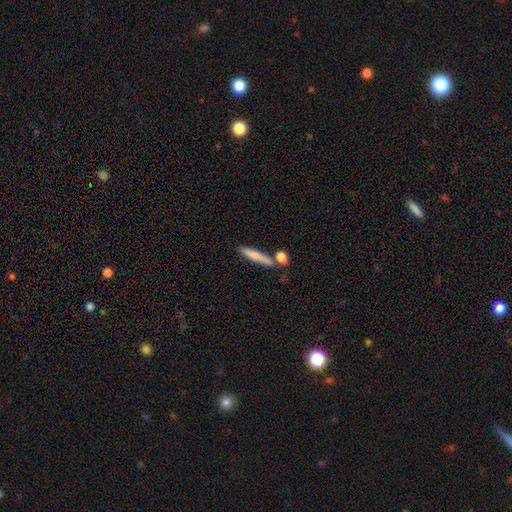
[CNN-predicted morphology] Smooth or featured? smooth (76%)
How rounded? cigar-shaped (85%)
Merging? none (68%)